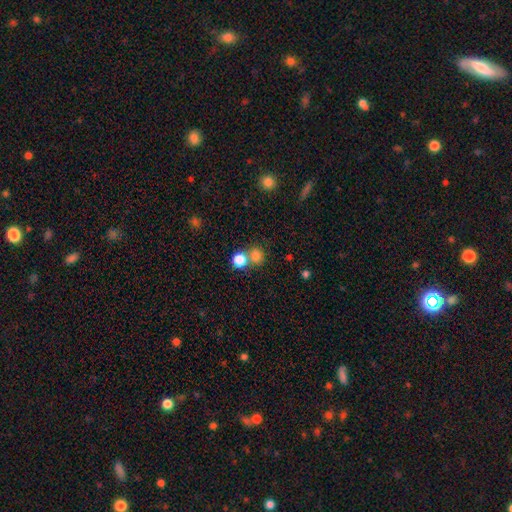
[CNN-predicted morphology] Smooth or featured? Predicted: smooth (p=0.78). How rounded? Predicted: round (p=0.78). Merging? Predicted: none (p=0.52).